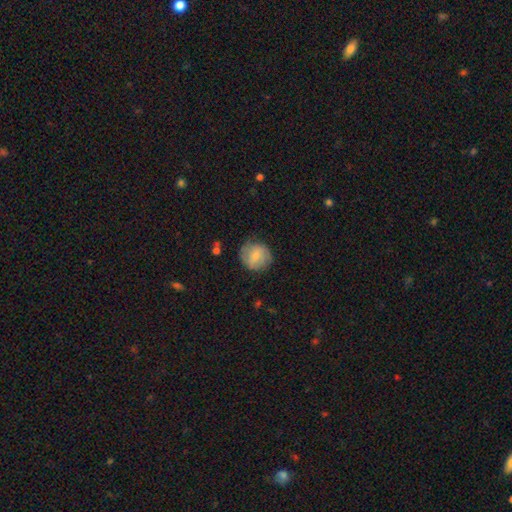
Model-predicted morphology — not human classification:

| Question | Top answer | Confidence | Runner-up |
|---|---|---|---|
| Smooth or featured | smooth | 61% | featured or disk (32%) |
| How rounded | round | 87% | in between (12%) |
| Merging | none | 73% | minor disturbance (19%) |